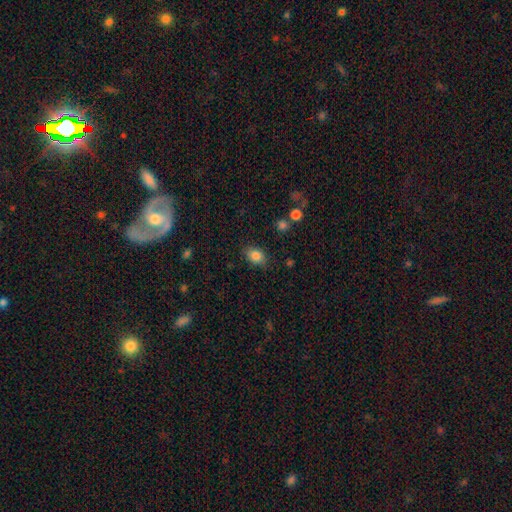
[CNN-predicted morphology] This is clearly a smooth galaxy (84%). How rounded: likely in between (74%). Merging: clearly none (83%).